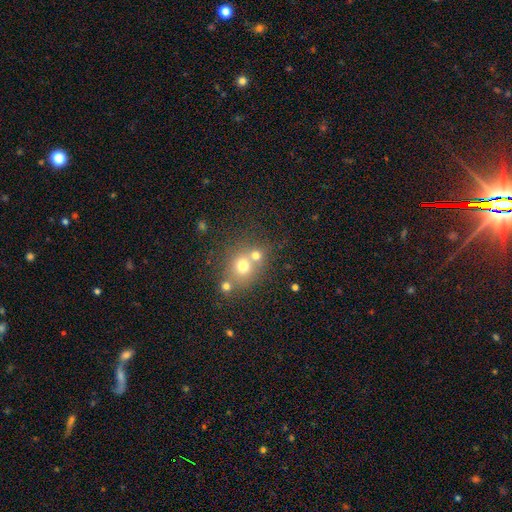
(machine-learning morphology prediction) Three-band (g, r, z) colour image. It shows a smooth galaxy with no disk features (68%) that is round (78%). Merging: merger (46%).